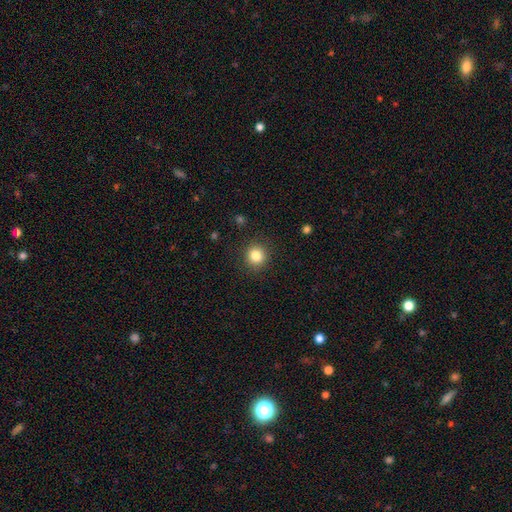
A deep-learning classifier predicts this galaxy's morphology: Smooth or featured? smooth (83%)
How rounded? round (90%)
Merging? none (89%)